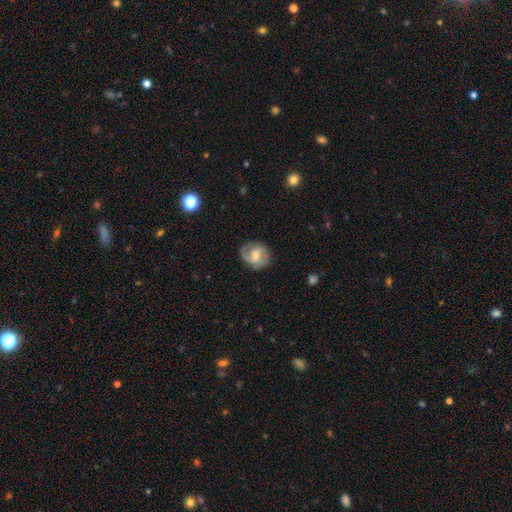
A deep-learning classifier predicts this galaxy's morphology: Smooth or featured?
  - featured or disk: 67% *
  - smooth: 26%
  - star or artifact: 6%
Edge-on disk?
  - no: 97% *
  - yes: 3%
Bar?
  - weak: 48% *
  - no: 39%
  - strong: 13%
Spiral arms?
  - yes: 90% *
  - no: 10%
Spiral winding?
  - medium: 46% *
  - tight: 33%
  - loose: 20%
Spiral arm count?
  - 2: 71% *
  - can't tell: 11%
  - 1: 10%
  - 3: 5%
  - 4: 1%
  - more than 4: 1%
Bulge size?
  - moderate: 49% *
  - small: 42%
  - none: 4%
  - large: 3%
  - dominant: 1%
Merging?
  - none: 74% *
  - minor disturbance: 18%
  - major disturbance: 7%
  - merger: 1%